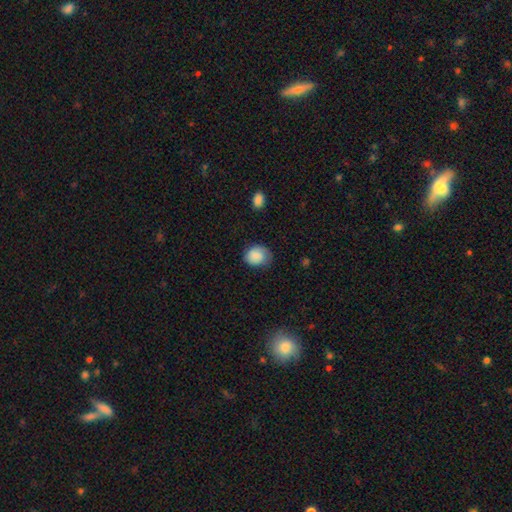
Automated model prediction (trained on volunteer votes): Smooth or featured? Predicted: smooth (p=0.79). How rounded? Predicted: round (p=0.57). Merging? Predicted: none (p=0.64).